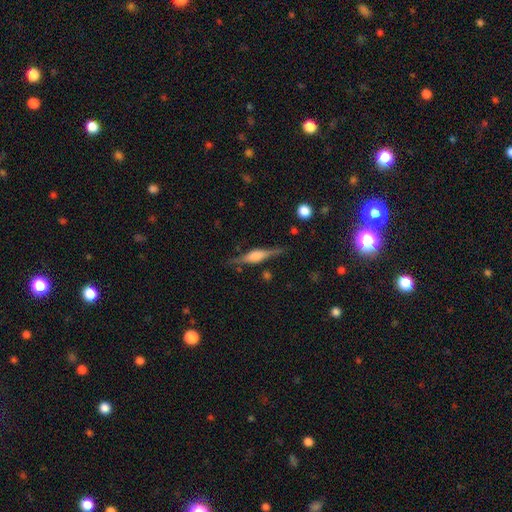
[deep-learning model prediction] Morphology: type=featured or disk (75%); edge-on=yes (97%); edge-on bulge=rounded (63%); merging=none (83%).